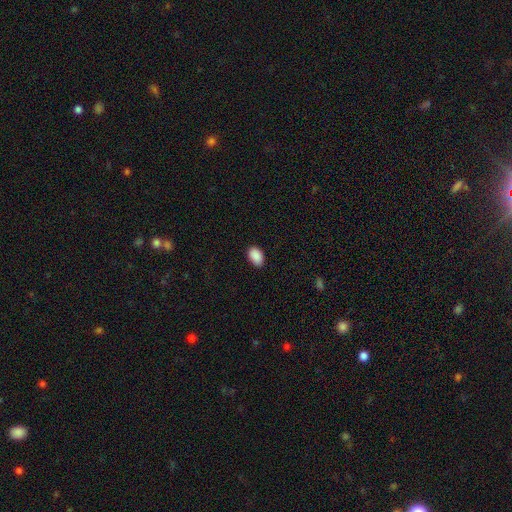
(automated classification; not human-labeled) smooth-or-featured: smooth: 90% | star or artifact: 7% | featured or disk: 3%
  how-rounded: in between: 88% | round: 10% | cigar-shaped: 1%
  merging: none: 86% | minor disturbance: 11% | major disturbance: 2% | merger: 1%